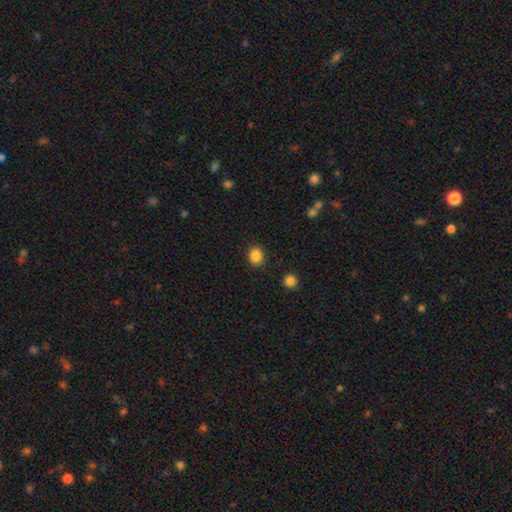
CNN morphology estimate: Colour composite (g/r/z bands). It shows a smooth galaxy with no disk features (86%) that is round (71%). Merging: none (88%).